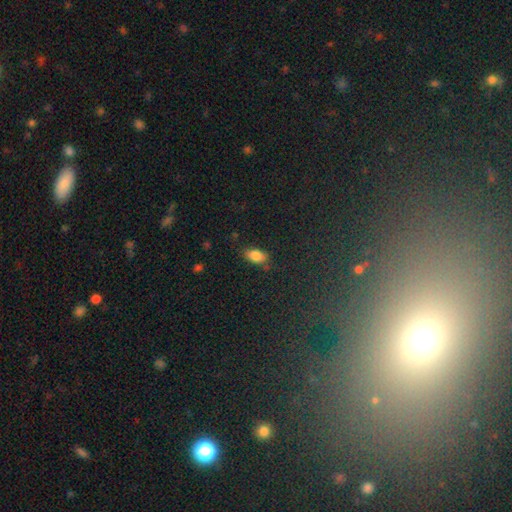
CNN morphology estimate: Smooth or featured? Predicted: smooth (p=0.84). How rounded? Predicted: in between (p=0.90). Merging? Predicted: none (p=0.79).